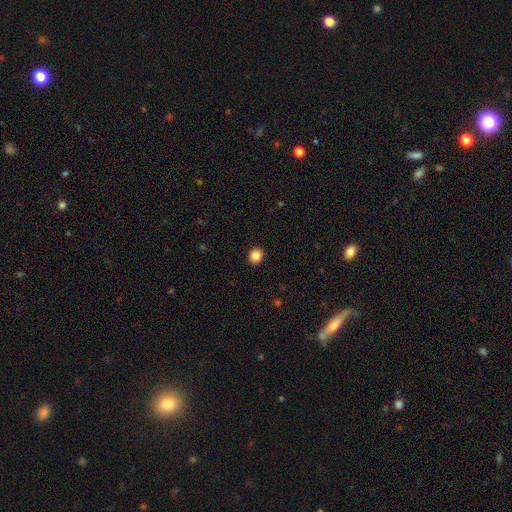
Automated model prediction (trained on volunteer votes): Morphology: type=smooth (85%); roundness=round (76%); merging=none (93%).